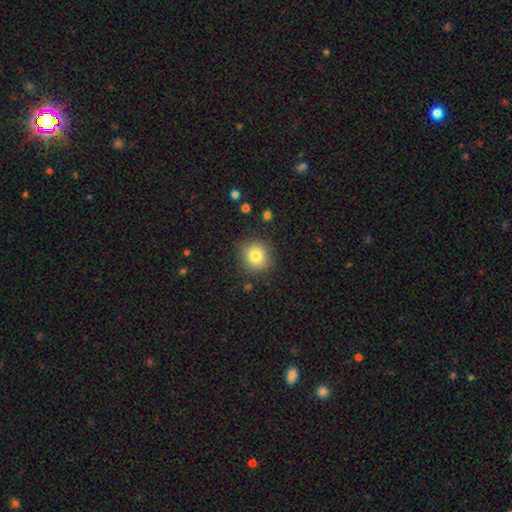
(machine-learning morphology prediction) type=smooth (80%); roundness=round (88%); merging=none (85%).